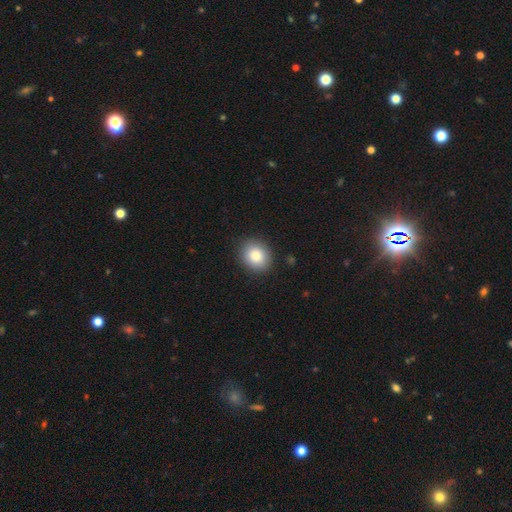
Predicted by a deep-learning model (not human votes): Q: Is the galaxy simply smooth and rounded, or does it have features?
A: smooth — 84%.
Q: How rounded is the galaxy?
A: round — 71%.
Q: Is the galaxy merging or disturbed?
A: none — 89%.